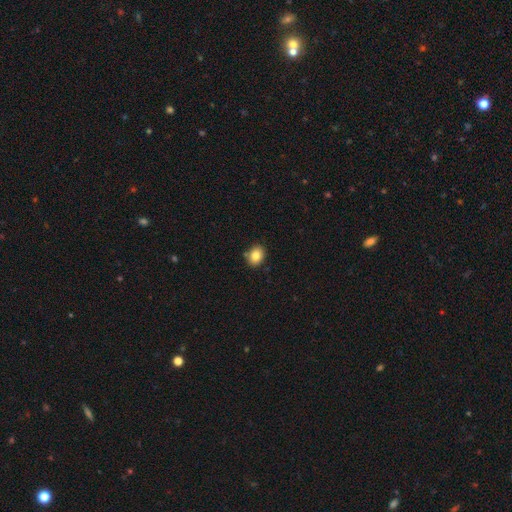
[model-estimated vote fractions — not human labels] Smooth or featured: smooth — 83% (star or artifact — 9%)
How rounded: in between — 54% (round — 46%)
Merging: none — 82% (minor disturbance — 11%)